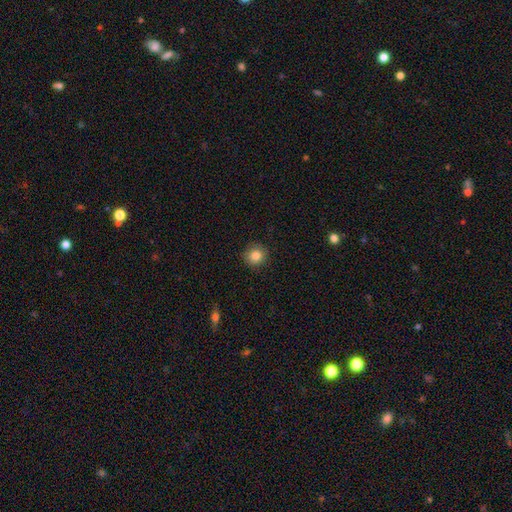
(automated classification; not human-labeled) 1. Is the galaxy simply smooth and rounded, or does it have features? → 84% smooth, 10% star or artifact, 6% featured or disk.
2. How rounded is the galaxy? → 92% round, 7% in between, 1% cigar-shaped.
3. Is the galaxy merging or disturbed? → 87% none, 9% minor disturbance, 2% major disturbance, 1% merger.